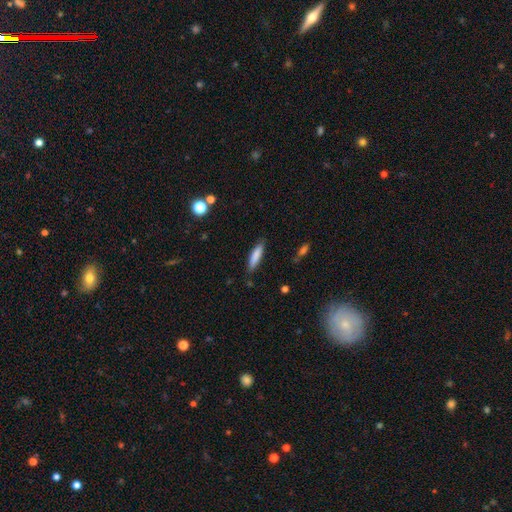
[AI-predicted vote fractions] This is clearly a smooth galaxy (83%). How rounded: likely cigar-shaped (73%). Merging: clearly none (84%).